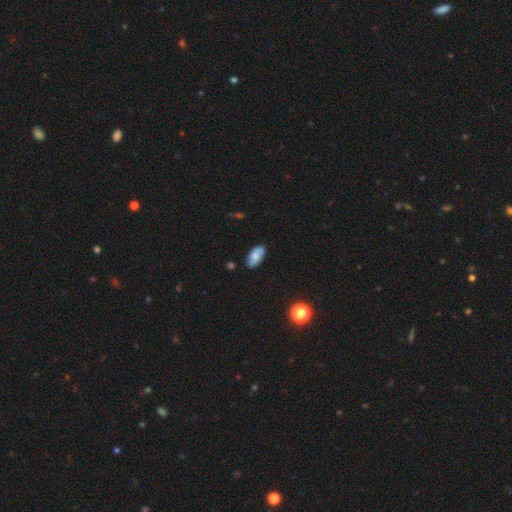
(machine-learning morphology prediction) smooth_or_featured: smooth (p=0.71) [alt: featured or disk p=0.21]
how_rounded: in between (p=0.93) [alt: cigar-shaped p=0.04]
merging: none (p=0.81) [alt: minor disturbance p=0.15]